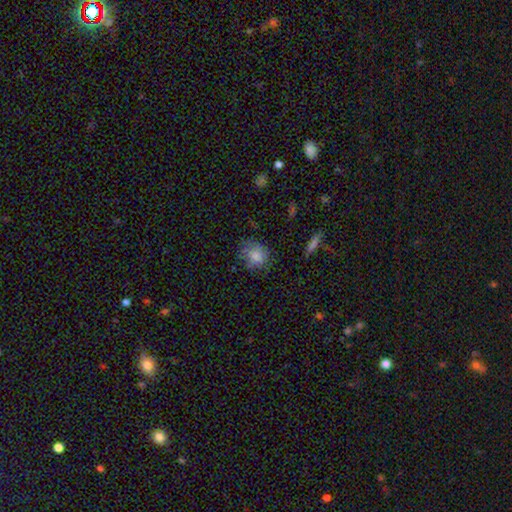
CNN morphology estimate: smooth-or-featured: smooth: 79% | featured or disk: 11% | star or artifact: 10%
  how-rounded: round: 71% | in between: 28% | cigar-shaped: 1%
  merging: none: 69% | minor disturbance: 22% | major disturbance: 6% | merger: 2%